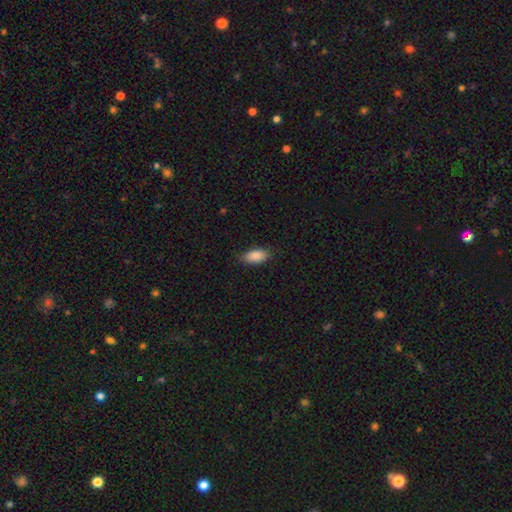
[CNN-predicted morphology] Smooth or featured?
  - smooth: 89% *
  - star or artifact: 7%
  - featured or disk: 5%
How rounded?
  - in between: 91% *
  - cigar-shaped: 6%
  - round: 3%
Merging?
  - none: 82% *
  - minor disturbance: 14%
  - major disturbance: 3%
  - merger: 1%